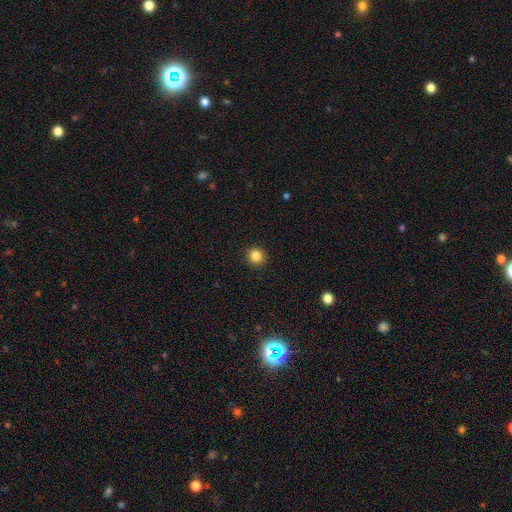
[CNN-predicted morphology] type=smooth (85%); roundness=round (91%); merging=none (92%).